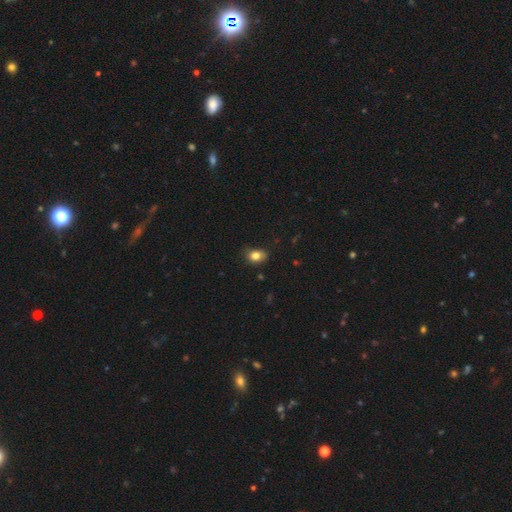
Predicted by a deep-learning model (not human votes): Smooth or featured: smooth — 82% (star or artifact — 10%)
How rounded: in between — 68% (round — 30%)
Merging: none — 67% (minor disturbance — 27%)